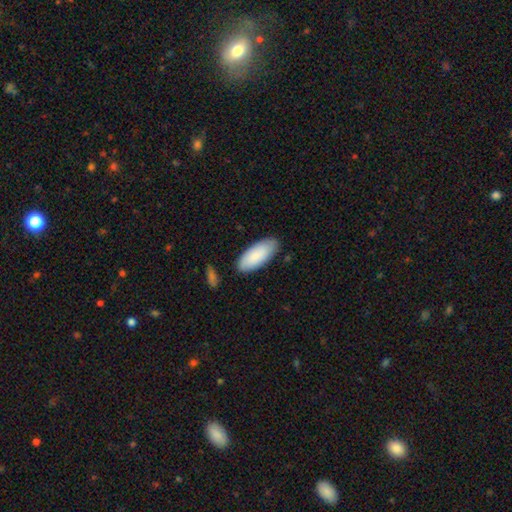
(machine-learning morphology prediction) Smooth or featured: smooth — 86% (featured or disk — 9%)
How rounded: in between — 86% (cigar-shaped — 12%)
Merging: none — 83% (minor disturbance — 12%)